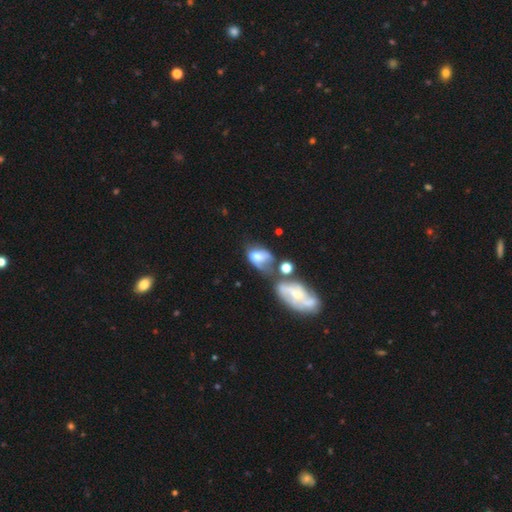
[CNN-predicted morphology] Smooth or featured? Predicted: smooth (p=0.48). Merging? Predicted: merger (p=0.39).